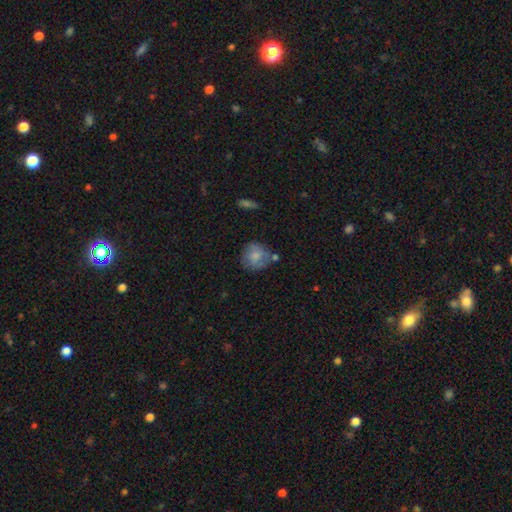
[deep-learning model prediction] smooth_or_featured: smooth (p=0.65) [alt: featured or disk p=0.27]
how_rounded: round (p=0.84) [alt: in between p=0.15]
merging: none (p=0.62) [alt: minor disturbance p=0.22]